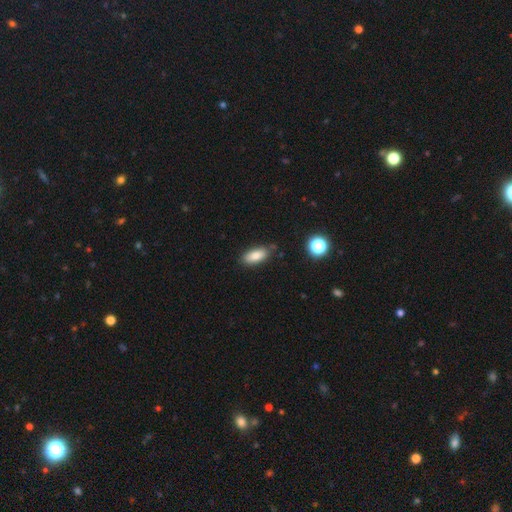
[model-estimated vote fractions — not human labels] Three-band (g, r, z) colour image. It shows a smooth galaxy with no disk features (84%) that is in between round and cigar-shaped (85%). Merging: none (79%).